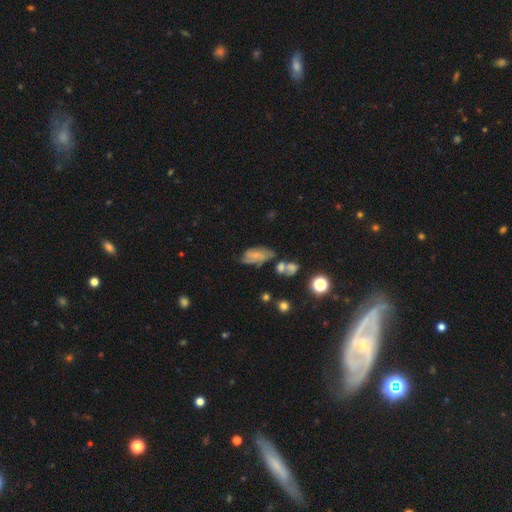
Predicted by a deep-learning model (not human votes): Smooth or featured? Predicted: featured or disk (p=0.48). Merging? Predicted: none (p=0.41).